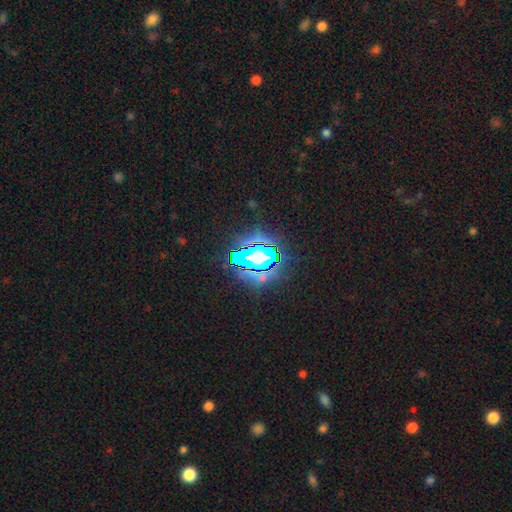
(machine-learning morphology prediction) smooth-or-featured: star or artifact: 78% | smooth: 12% | featured or disk: 10%